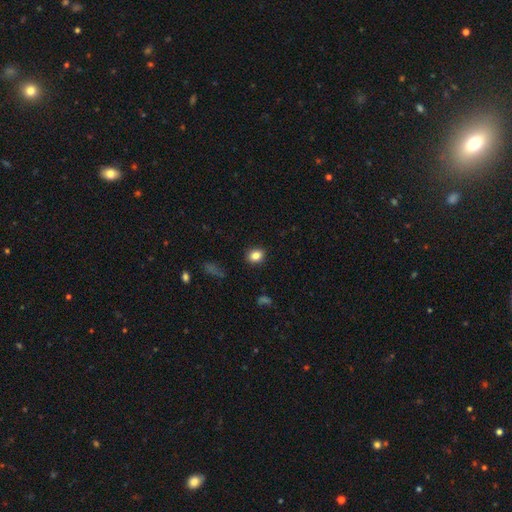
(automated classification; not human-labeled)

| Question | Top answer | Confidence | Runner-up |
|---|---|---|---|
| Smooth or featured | smooth | 84% | star or artifact (10%) |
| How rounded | round | 60% | in between (39%) |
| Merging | none | 89% | minor disturbance (7%) |